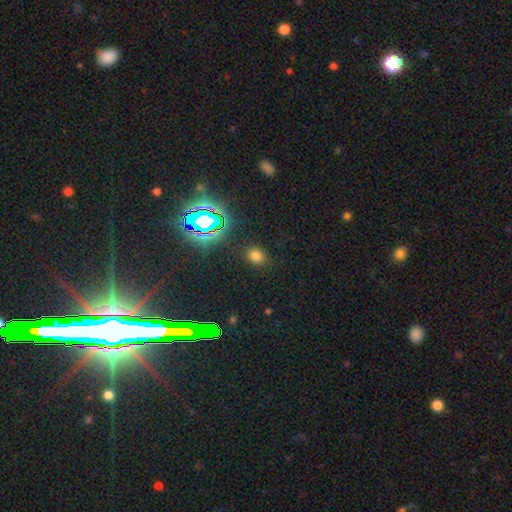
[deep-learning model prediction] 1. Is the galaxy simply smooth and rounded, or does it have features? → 70% smooth, 24% star or artifact, 6% featured or disk.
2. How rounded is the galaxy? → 66% round, 33% in between, 1% cigar-shaped.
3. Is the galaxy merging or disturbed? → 87% none, 8% minor disturbance, 3% major disturbance, 2% merger.